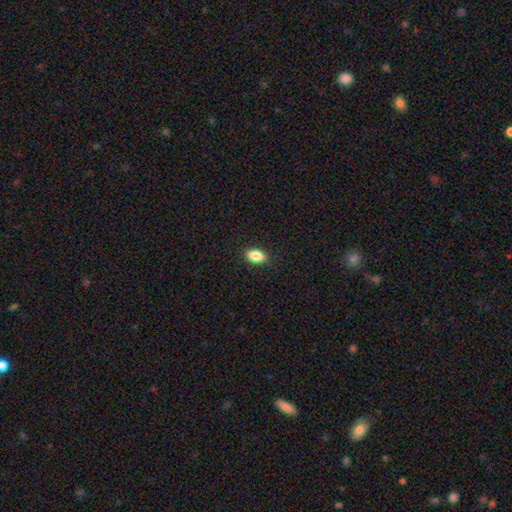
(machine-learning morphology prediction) Smooth or featured? Predicted: smooth (p=0.86). How rounded? Predicted: in between (p=0.89). Merging? Predicted: none (p=0.89).